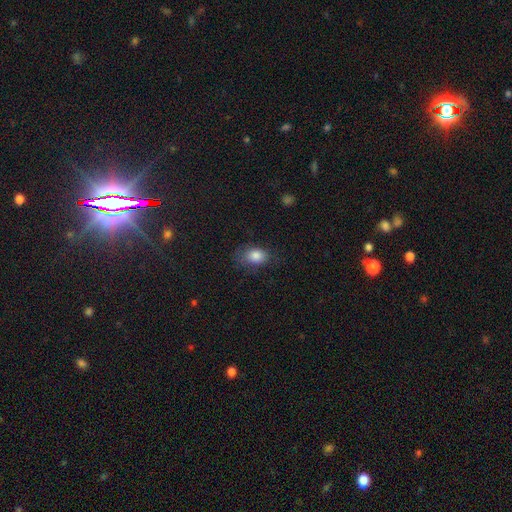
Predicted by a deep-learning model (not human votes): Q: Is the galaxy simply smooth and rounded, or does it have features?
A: smooth — 83%.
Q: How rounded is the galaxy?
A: in between — 78%.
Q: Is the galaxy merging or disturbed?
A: none — 68%.